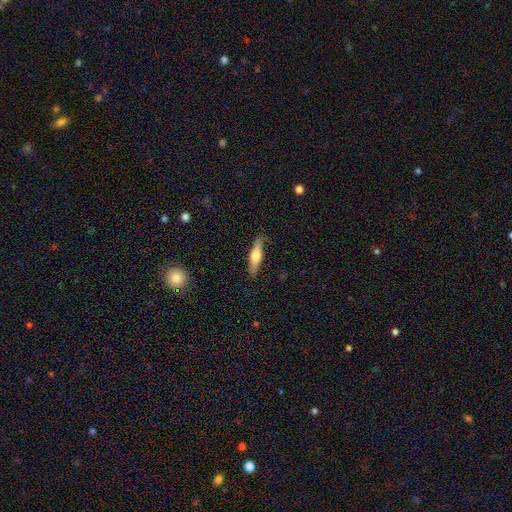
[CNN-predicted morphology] smooth_or_featured: smooth (p=0.50) [alt: featured or disk p=0.45]
merging: none (p=0.77) [alt: minor disturbance p=0.17]